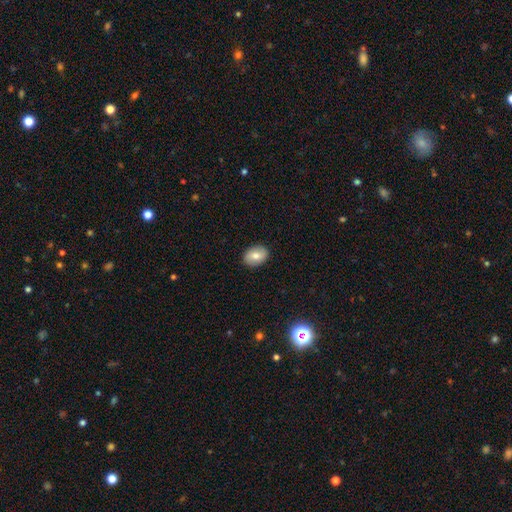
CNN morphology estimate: Smooth or featured?
  - smooth: 74% *
  - featured or disk: 18%
  - star or artifact: 8%
How rounded?
  - in between: 74% *
  - round: 25%
  - cigar-shaped: 1%
Merging?
  - none: 89% *
  - minor disturbance: 8%
  - major disturbance: 2%
  - merger: 1%